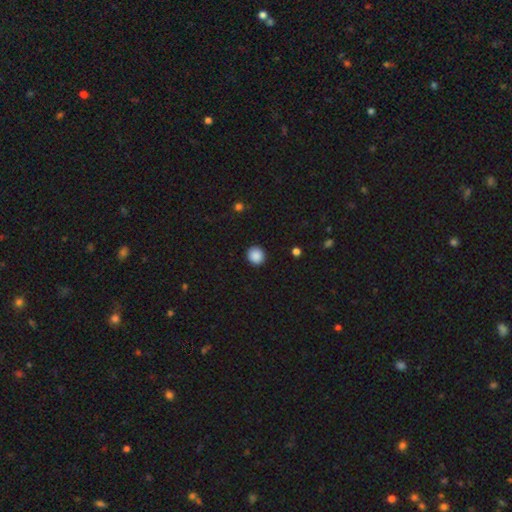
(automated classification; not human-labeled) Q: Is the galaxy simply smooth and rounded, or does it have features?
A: smooth — 88%.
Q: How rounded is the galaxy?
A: round — 91%.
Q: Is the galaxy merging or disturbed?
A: none — 92%.